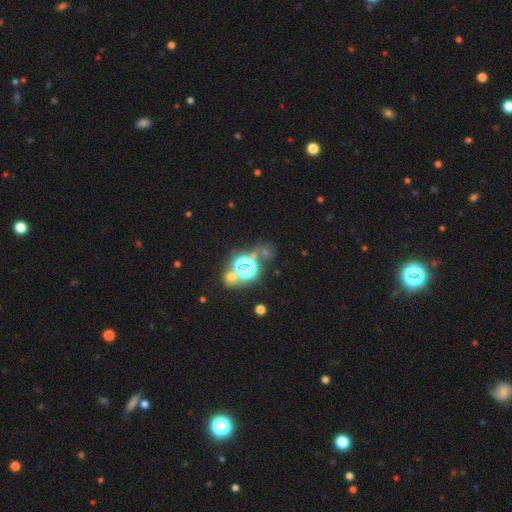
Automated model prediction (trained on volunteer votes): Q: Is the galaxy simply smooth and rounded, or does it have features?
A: star or artifact — 70%.